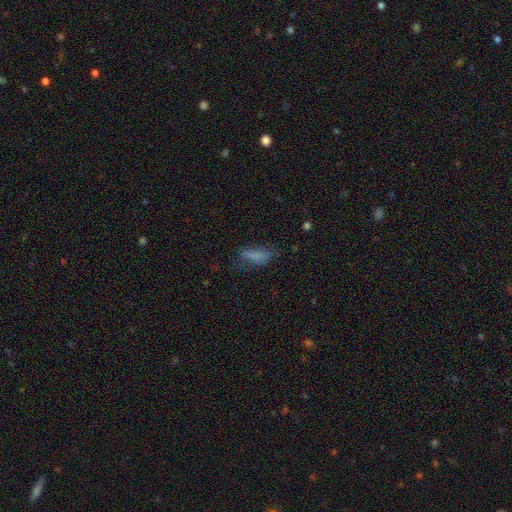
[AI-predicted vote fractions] This is likely a smooth galaxy (73%). How rounded: possibly in between (56%). Merging: possibly none (52%).